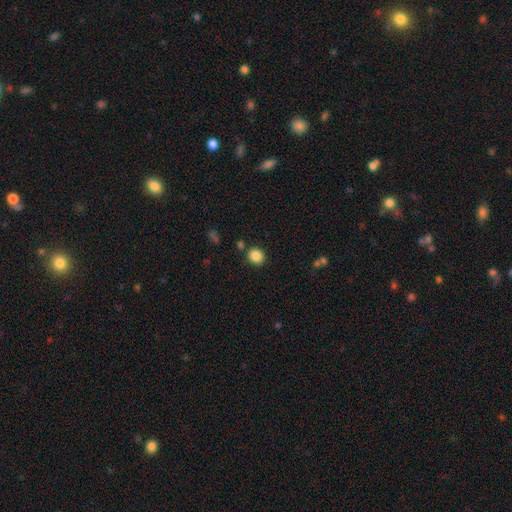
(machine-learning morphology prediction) smooth-or-featured: smooth: 86% | star or artifact: 10% | featured or disk: 4%
  how-rounded: round: 85% | in between: 14% | cigar-shaped: 1%
  merging: none: 84% | minor disturbance: 8% | merger: 5% | major disturbance: 3%